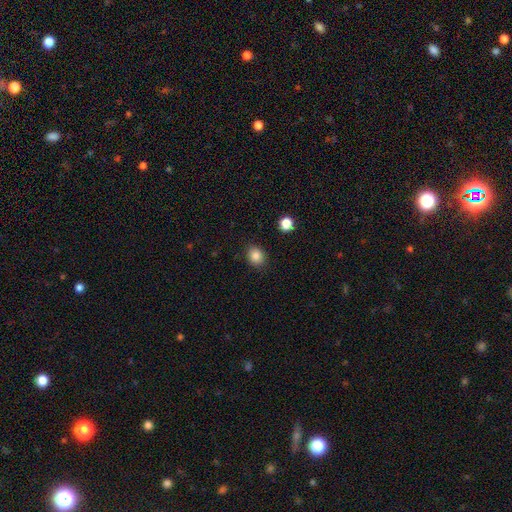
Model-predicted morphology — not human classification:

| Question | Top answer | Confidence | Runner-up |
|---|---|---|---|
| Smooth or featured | smooth | 85% | star or artifact (10%) |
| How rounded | round | 63% | in between (36%) |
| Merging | none | 87% | minor disturbance (9%) |